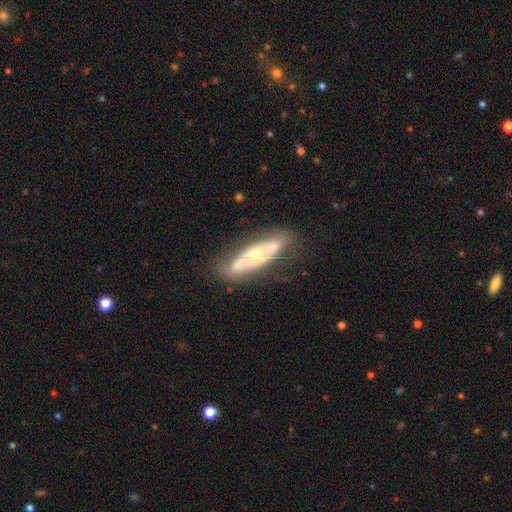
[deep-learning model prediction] The model was most divided on "smooth or featured": featured or disk: 63%, smooth: 31%, star or artifact: 5%. More confident: edge-on disk — no (77%); merging — none (76%).